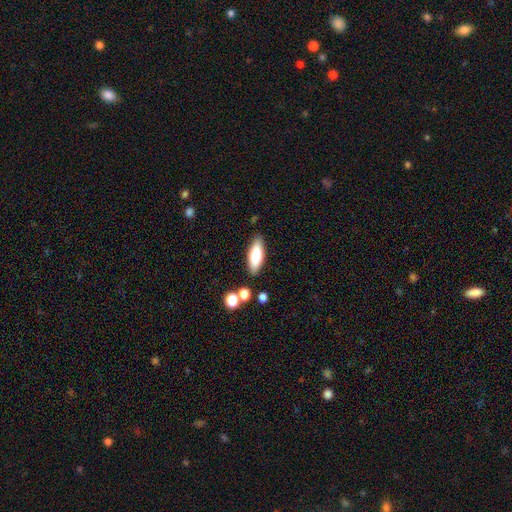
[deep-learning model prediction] Q: Smooth or featured?
A: smooth (70%); runner-up: featured or disk (23%)
Q: How rounded?
A: in between (64%); runner-up: cigar-shaped (34%)
Q: Merging?
A: none (84%); runner-up: minor disturbance (10%)